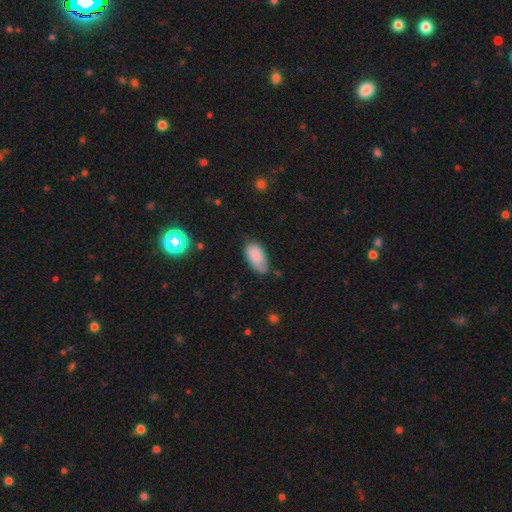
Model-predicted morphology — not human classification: type=smooth (85%); roundness=in between (94%); merging=none (66%).